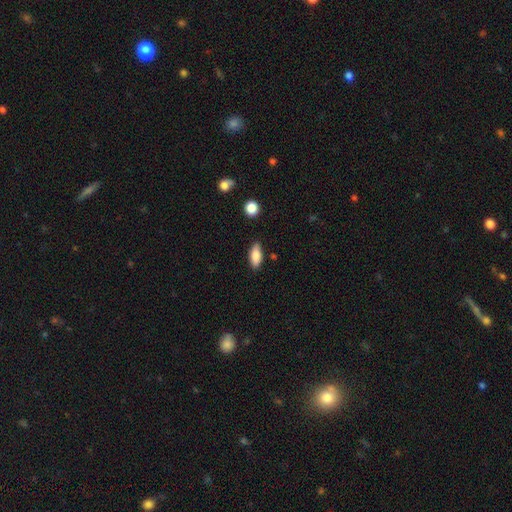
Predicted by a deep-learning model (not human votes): This appears to be a smooth galaxy with no disk features (84%) that is in between round and cigar-shaped (84%). Merging: none (83%).